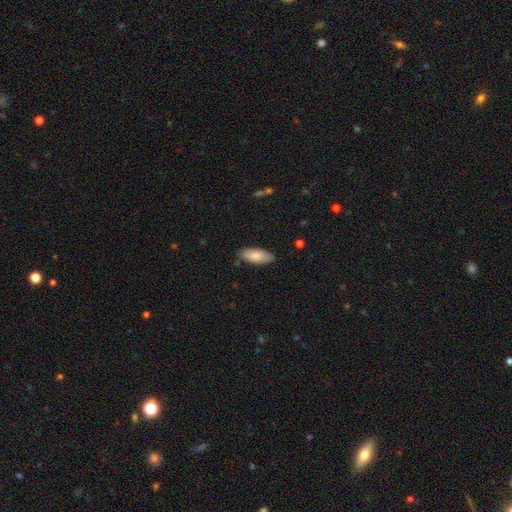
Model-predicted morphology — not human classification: This is clearly a smooth galaxy (84%). How rounded: clearly in between (82%). Merging: clearly none (85%).